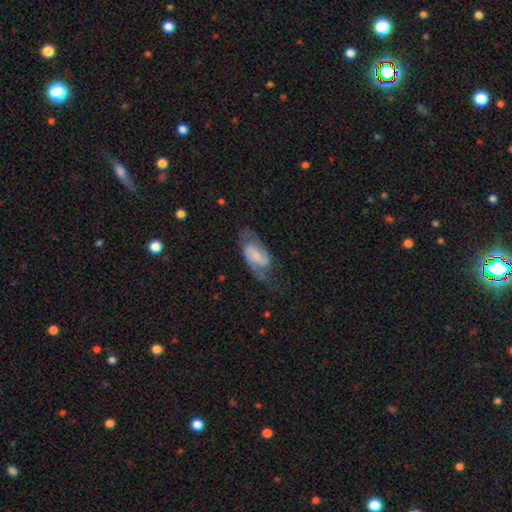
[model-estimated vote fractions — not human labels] Smooth or featured?
  - featured or disk: 78% *
  - smooth: 16%
  - star or artifact: 6%
Edge-on disk?
  - no: 96% *
  - yes: 4%
Bar?
  - weak: 46% *
  - no: 30%
  - strong: 24%
Spiral arms?
  - yes: 94% *
  - no: 6%
Spiral winding?
  - medium: 50% *
  - loose: 28%
  - tight: 22%
Spiral arm count?
  - 2: 87% *
  - can't tell: 5%
  - 1: 5%
  - 3: 1%
  - 4: 1%
  - more than 4: 1%
Bulge size?
  - none: 37% *
  - small: 34%
  - moderate: 20%
  - large: 7%
  - dominant: 2%
Merging?
  - none: 59% *
  - minor disturbance: 23%
  - major disturbance: 16%
  - merger: 2%